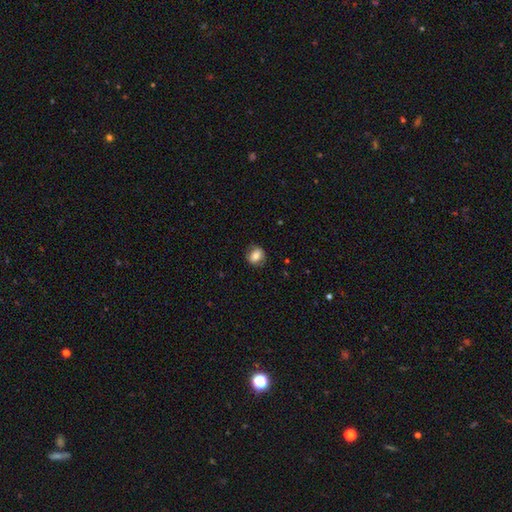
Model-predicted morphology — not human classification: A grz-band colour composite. It shows a smooth galaxy with no disk features (70%) that is round (66%). Merging: none (81%).